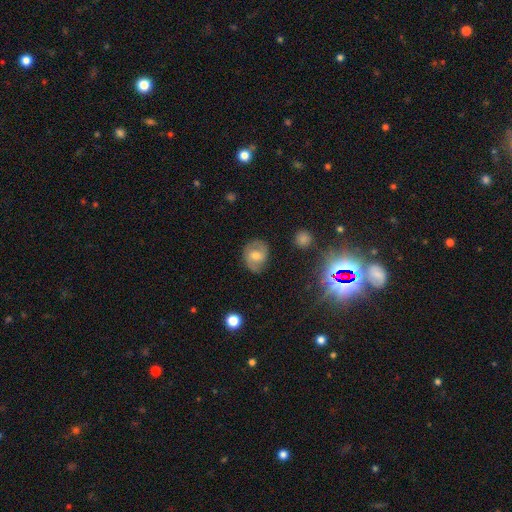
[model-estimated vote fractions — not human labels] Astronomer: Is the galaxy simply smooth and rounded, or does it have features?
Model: featured or disk — 55% (runner-up: smooth, 37%).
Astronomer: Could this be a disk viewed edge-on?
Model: no — 96%.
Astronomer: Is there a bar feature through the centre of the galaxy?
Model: no — 45% (runner-up: weak, 43%).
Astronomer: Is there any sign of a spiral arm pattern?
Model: yes — 81%.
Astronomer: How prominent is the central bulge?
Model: moderate — 68%.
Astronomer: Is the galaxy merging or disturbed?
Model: none — 76%.